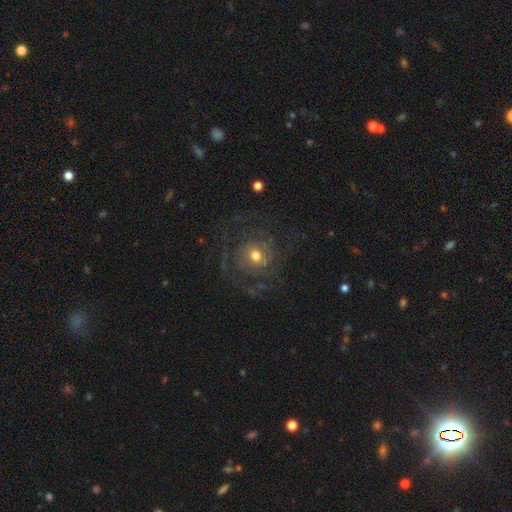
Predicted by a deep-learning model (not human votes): Q: Smooth or featured?
A: featured or disk (67%); runner-up: smooth (23%)
Q: Edge-on disk?
A: no (97%); runner-up: yes (3%)
Q: Bar?
A: no (75%); runner-up: weak (21%)
Q: Spiral arms?
A: yes (78%); runner-up: no (22%)
Q: Spiral winding?
A: tight (45%); runner-up: medium (35%)
Q: Spiral arm count?
A: can't tell (36%); runner-up: 2 (27%)
Q: Bulge size?
A: moderate (64%); runner-up: small (25%)
Q: Merging?
A: none (65%); runner-up: major disturbance (20%)